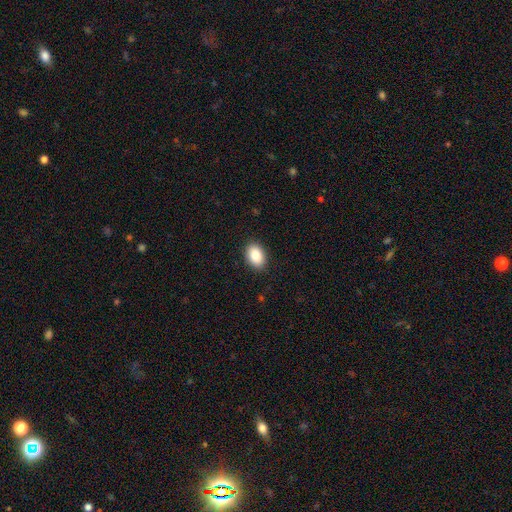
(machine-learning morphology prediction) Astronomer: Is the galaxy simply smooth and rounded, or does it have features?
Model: smooth — 87%.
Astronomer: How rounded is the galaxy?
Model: in between — 84%.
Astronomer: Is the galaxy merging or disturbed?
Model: none — 90%.